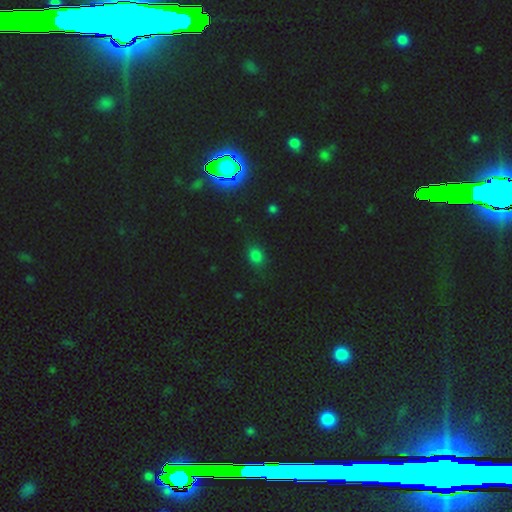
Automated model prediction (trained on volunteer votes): This appears to be a smooth galaxy with no disk features (74%) that is in between round and cigar-shaped (58%). Merging: none (81%).